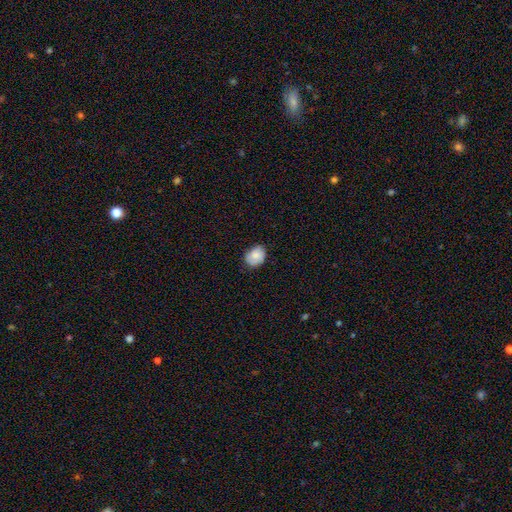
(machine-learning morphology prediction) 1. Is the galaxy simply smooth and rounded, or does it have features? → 83% smooth, 10% featured or disk, 8% star or artifact.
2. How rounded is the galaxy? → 55% in between, 44% round, 1% cigar-shaped.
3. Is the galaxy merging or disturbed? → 75% none, 21% minor disturbance, 3% major disturbance, 1% merger.